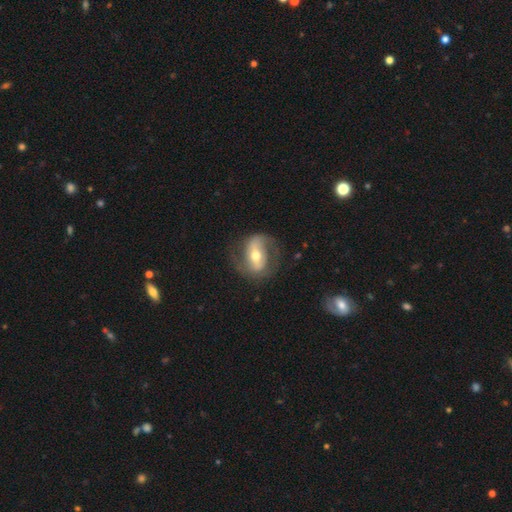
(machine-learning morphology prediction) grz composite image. It shows a featured or disk galaxy (75%) with a strong bar (51%), 2 (83%) medium (45%) spiral arms (84%) and a moderate central bulge (68%). Merging: none (69%).